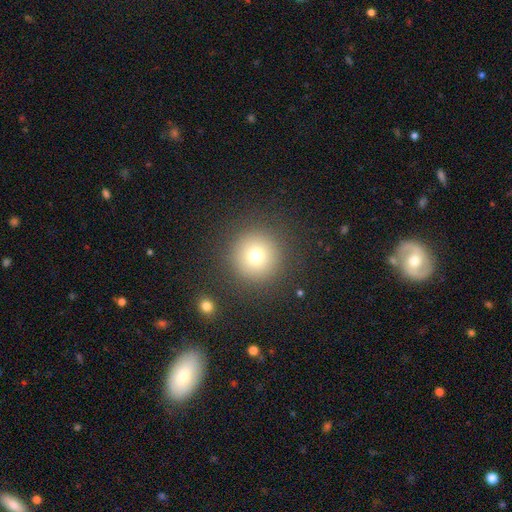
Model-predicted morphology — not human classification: Smooth or featured? Predicted: smooth (p=0.73). How rounded? Predicted: round (p=0.96). Merging? Predicted: none (p=0.89).